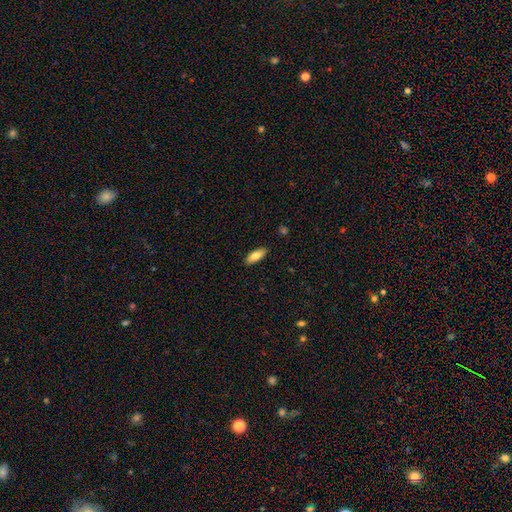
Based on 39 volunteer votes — Q: Smooth or featured?
A: smooth (92%); runner-up: star or artifact (5%)
Q: How rounded?
A: in between (78%); runner-up: cigar-shaped (22%)
Q: Merging?
A: none (92%); runner-up: minor disturbance (5%)